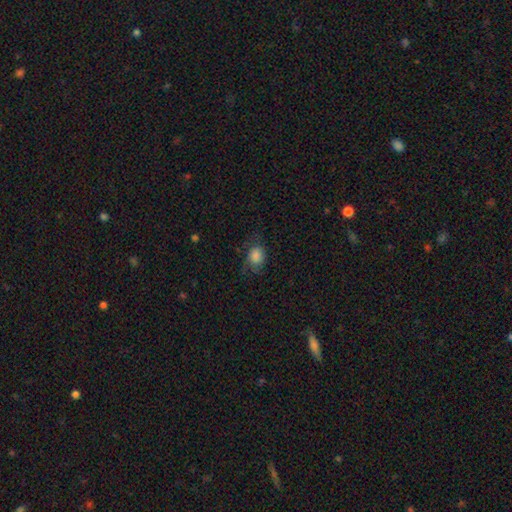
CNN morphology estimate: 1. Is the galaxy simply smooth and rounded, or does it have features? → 80% smooth, 11% featured or disk, 10% star or artifact.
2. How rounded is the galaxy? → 53% in between, 46% round, 1% cigar-shaped.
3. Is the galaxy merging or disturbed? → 60% none, 25% minor disturbance, 14% major disturbance, 1% merger.